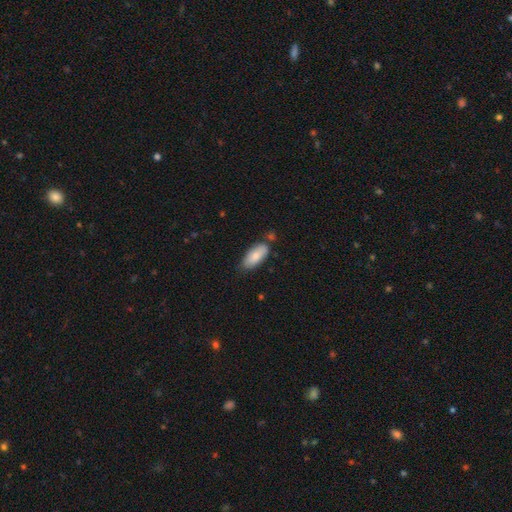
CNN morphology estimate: Smooth or featured? Predicted: smooth (p=0.80). How rounded? Predicted: in between (p=0.86). Merging? Predicted: none (p=0.70).